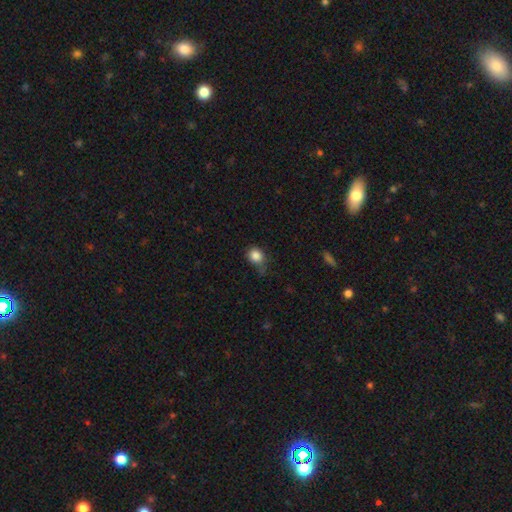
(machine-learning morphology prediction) Q: Smooth or featured?
A: smooth (85%); runner-up: star or artifact (10%)
Q: How rounded?
A: round (73%); runner-up: in between (26%)
Q: Merging?
A: none (53%); runner-up: minor disturbance (33%)